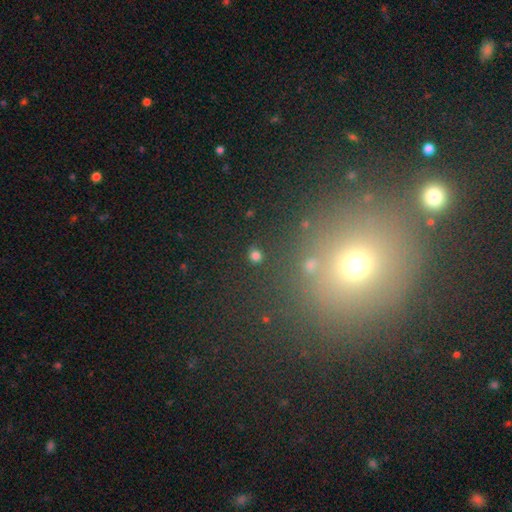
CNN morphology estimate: smooth-or-featured: smooth: 79% | star or artifact: 16% | featured or disk: 5%
  how-rounded: round: 90% | in between: 9% | cigar-shaped: 1%
  merging: none: 88% | minor disturbance: 7% | major disturbance: 3% | merger: 3%